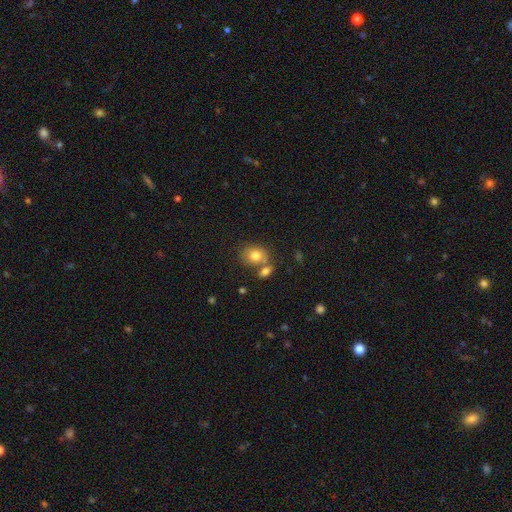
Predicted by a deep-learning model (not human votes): A smooth galaxy with no disk features (79%) that is round (56%). Merging: none (53%).